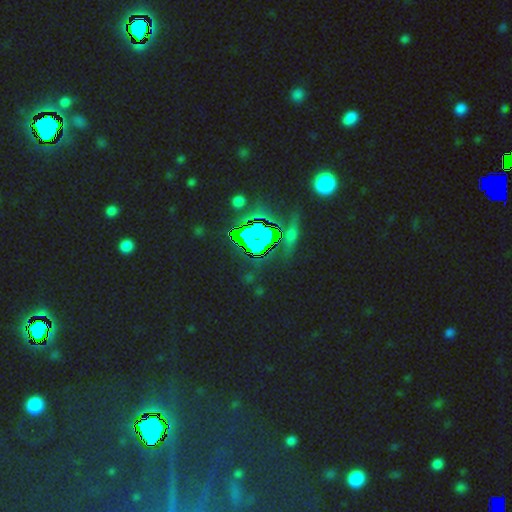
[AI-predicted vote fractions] Morphology: type=star or artifact (79%).